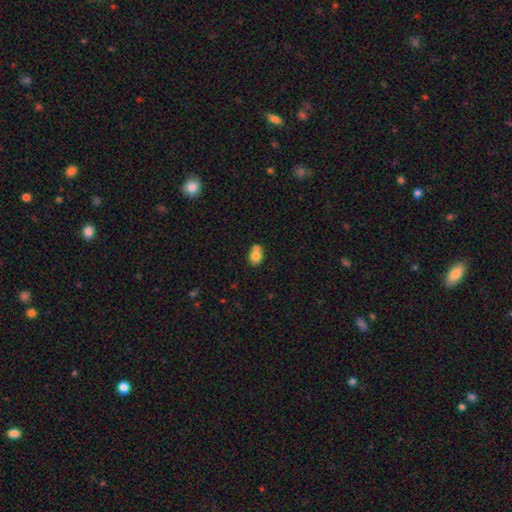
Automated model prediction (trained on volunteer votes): Q: Smooth or featured?
A: smooth (75%); runner-up: featured or disk (16%)
Q: How rounded?
A: in between (60%); runner-up: round (38%)
Q: Merging?
A: merger (41%); runner-up: none (39%)